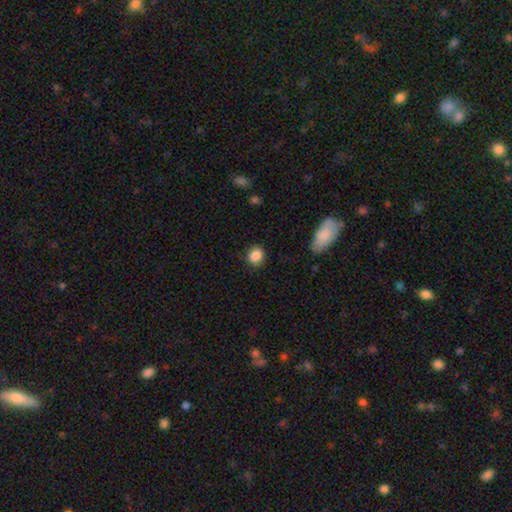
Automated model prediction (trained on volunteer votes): A smooth galaxy with no disk features (87%) that is round (77%). Merging: none (82%).